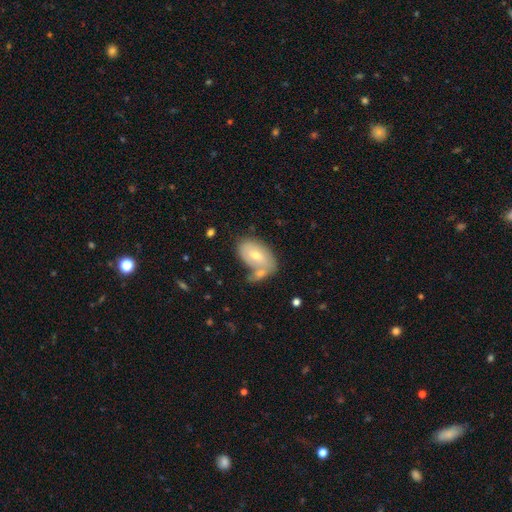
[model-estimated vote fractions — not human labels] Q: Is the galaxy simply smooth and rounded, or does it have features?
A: smooth — 60%.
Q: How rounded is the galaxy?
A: in between — 90%.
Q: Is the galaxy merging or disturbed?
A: none — 40%.